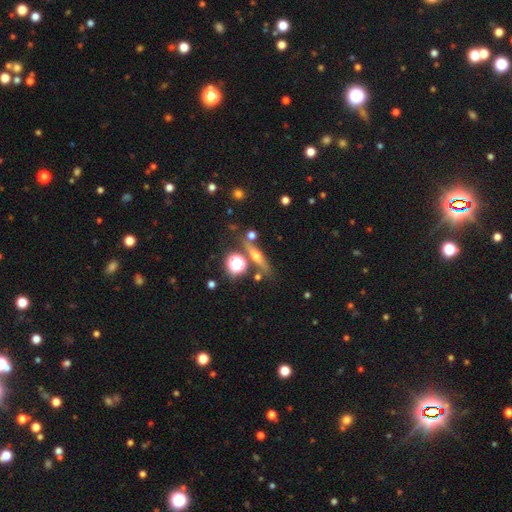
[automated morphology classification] This is possibly a featured or disk galaxy (52%). It is clearly viewed edge-on (88%). Merging: likely none (75%).